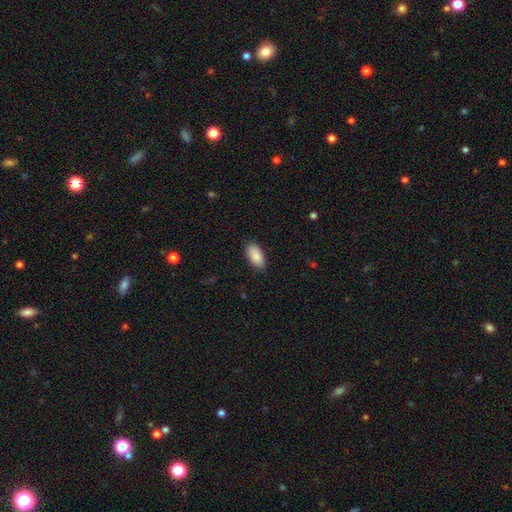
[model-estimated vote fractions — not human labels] smooth_or_featured: smooth (p=0.89) [alt: star or artifact p=0.06]
how_rounded: in between (p=0.94) [alt: cigar-shaped p=0.04]
merging: none (p=0.87) [alt: minor disturbance p=0.10]